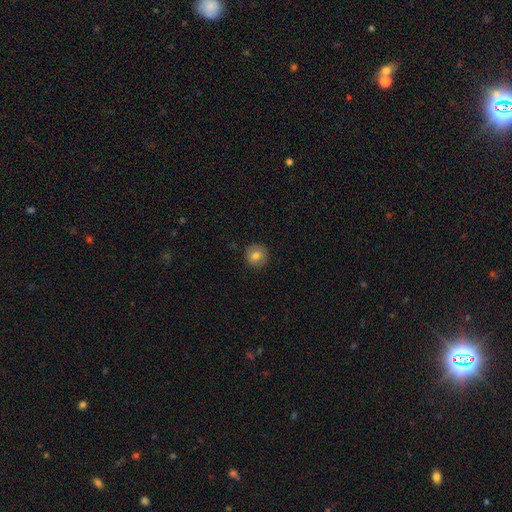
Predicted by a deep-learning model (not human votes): This is likely a smooth galaxy (80%). How rounded: clearly round (95%). Merging: clearly none (91%).